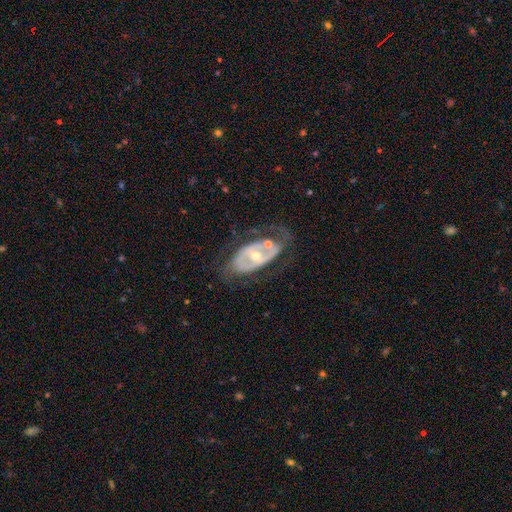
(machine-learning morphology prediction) A featured or disk galaxy (79%) with no bar (57%), spiral arms (55%) and a moderate central bulge (51%). Merging: none (48%).